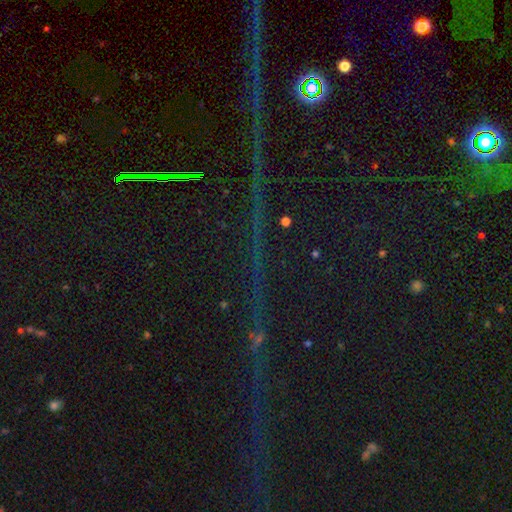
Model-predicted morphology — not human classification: Overall: star or artifact (80%).